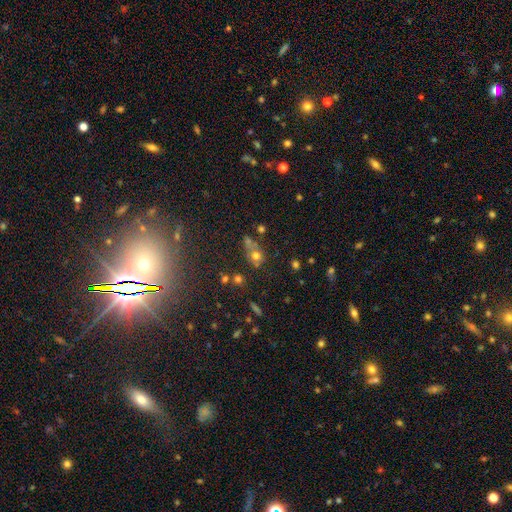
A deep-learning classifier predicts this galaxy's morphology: smooth_or_featured: smooth (p=0.60) [alt: star or artifact p=0.21]
how_rounded: round (p=0.61) [alt: in between p=0.37]
merging: none (p=0.40) [alt: merger p=0.29]